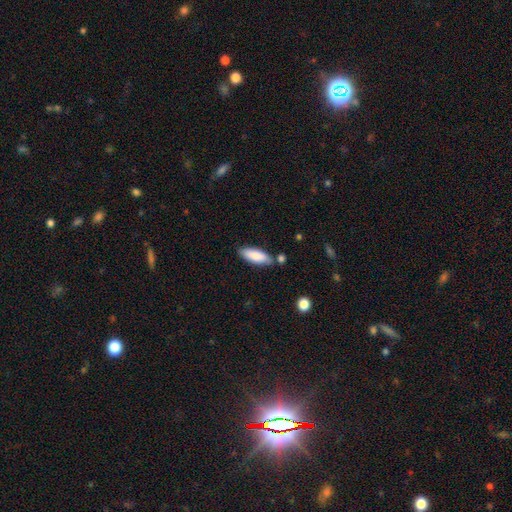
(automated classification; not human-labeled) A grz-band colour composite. It shows a smooth galaxy with no disk features (86%) that is in between round and cigar-shaped (69%). Merging: none (74%).